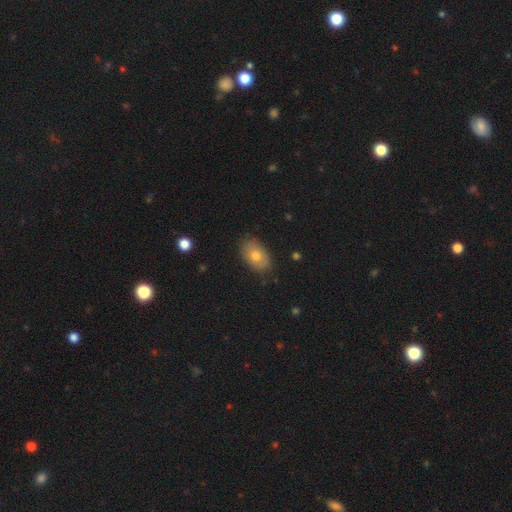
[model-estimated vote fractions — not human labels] Morphology: type=smooth (72%); roundness=in between (88%); merging=none (82%).